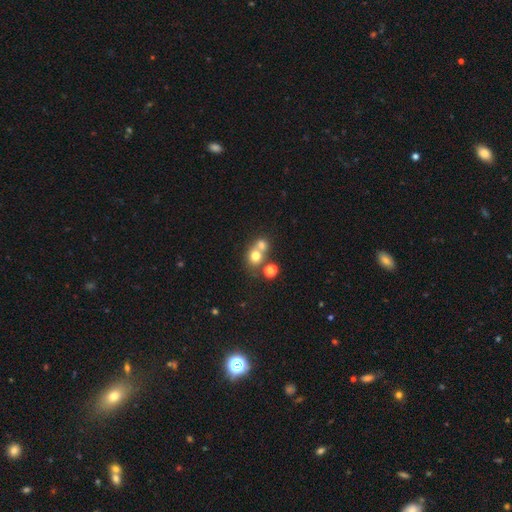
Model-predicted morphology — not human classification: Smooth or featured?
  - smooth: 71% *
  - featured or disk: 15%
  - star or artifact: 14%
How rounded?
  - round: 76% *
  - in between: 23%
  - cigar-shaped: 1%
Merging?
  - merger: 56% *
  - none: 35%
  - minor disturbance: 6%
  - major disturbance: 3%